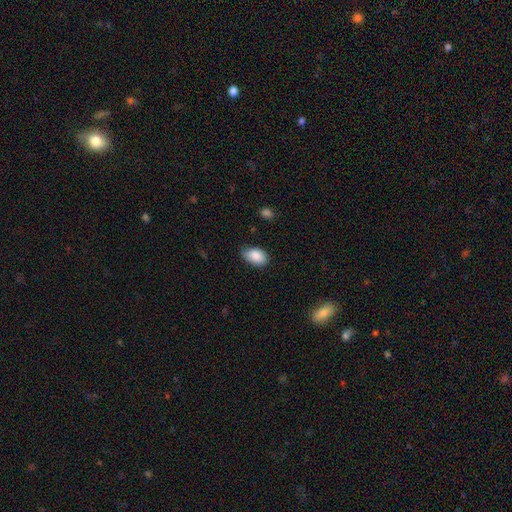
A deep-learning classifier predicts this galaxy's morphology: smooth_or_featured: smooth (p=0.88) [alt: star or artifact p=0.07]
how_rounded: in between (p=0.91) [alt: round p=0.07]
merging: none (p=0.73) [alt: minor disturbance p=0.23]